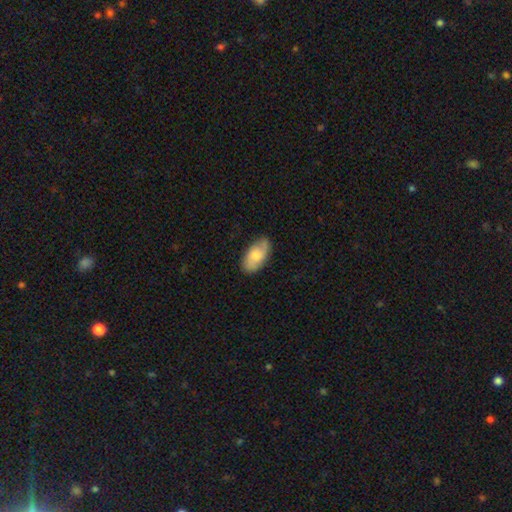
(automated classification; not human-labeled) Overall: smooth (66%; featured or disk 28%). How rounded: in between (94%). Merging: none (78%).